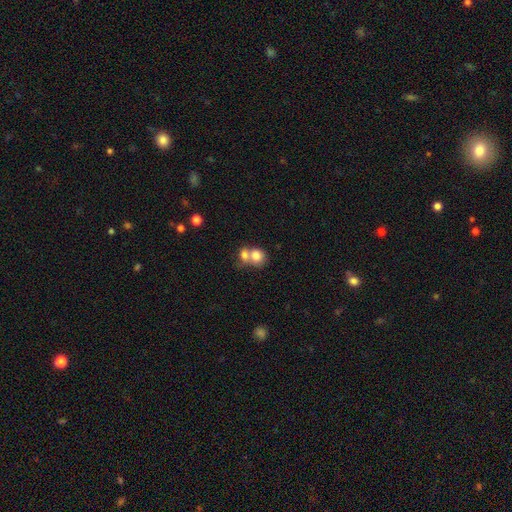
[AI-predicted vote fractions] This is likely a smooth galaxy (77%). How rounded: likely round (64%). Merging: likely merger (65%).